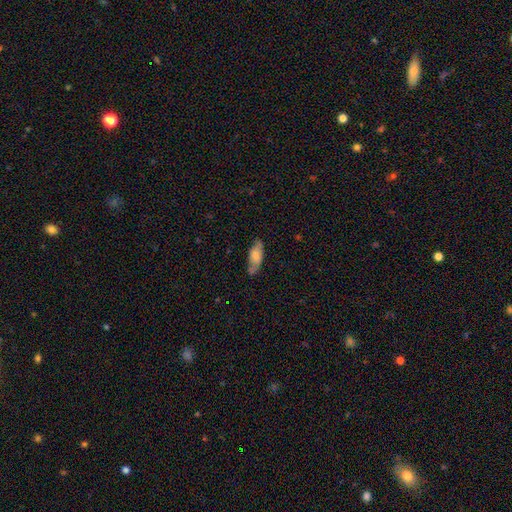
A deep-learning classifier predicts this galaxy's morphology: smooth-or-featured: smooth: 69% | featured or disk: 24% | star or artifact: 7%
  how-rounded: in between: 76% | cigar-shaped: 22% | round: 2%
  merging: none: 61% | minor disturbance: 27% | major disturbance: 7% | merger: 6%